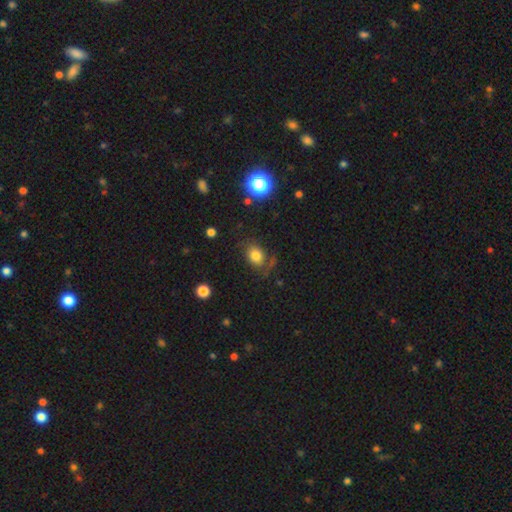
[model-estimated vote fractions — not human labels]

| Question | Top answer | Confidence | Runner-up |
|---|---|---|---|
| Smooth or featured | smooth | 77% | star or artifact (13%) |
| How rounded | in between | 56% | round (43%) |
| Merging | none | 69% | minor disturbance (18%) |